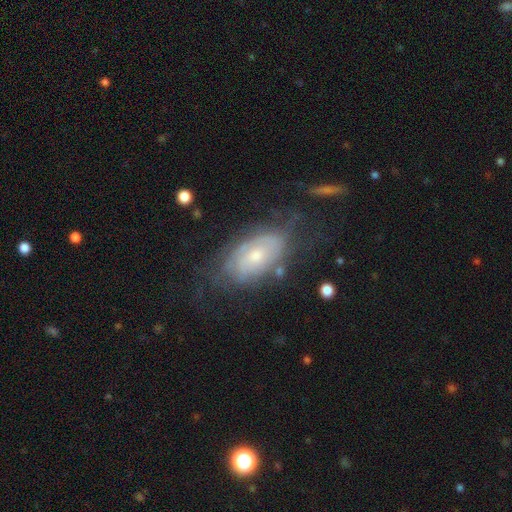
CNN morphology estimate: smooth_or_featured: featured or disk (p=0.72) [alt: smooth p=0.21]
disk_edge_on: no (p=0.93) [alt: yes p=0.07]
bar: no (p=0.74) [alt: weak p=0.22]
has_spiral_arms: yes (p=0.81) [alt: no p=0.19]
spiral_winding: tight (p=0.68) [alt: medium p=0.23]
spiral_arm_count: can't tell (p=0.56) [alt: 2 p=0.25]
bulge_size: moderate (p=0.50) [alt: small p=0.42]
merging: none (p=0.58) [alt: minor disturbance p=0.23]